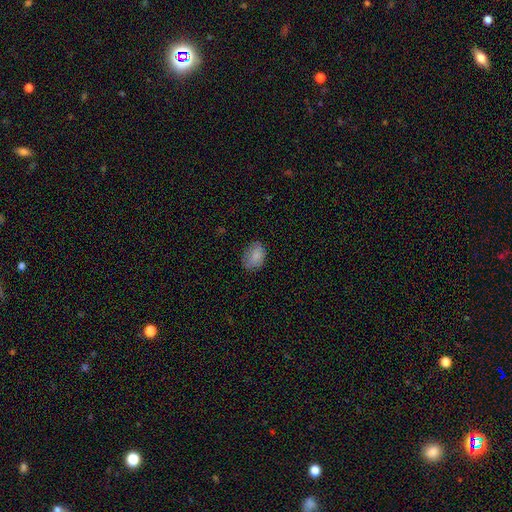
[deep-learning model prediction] Smooth or featured? Predicted: smooth (p=0.85). How rounded? Predicted: in between (p=0.74). Merging? Predicted: none (p=0.75).